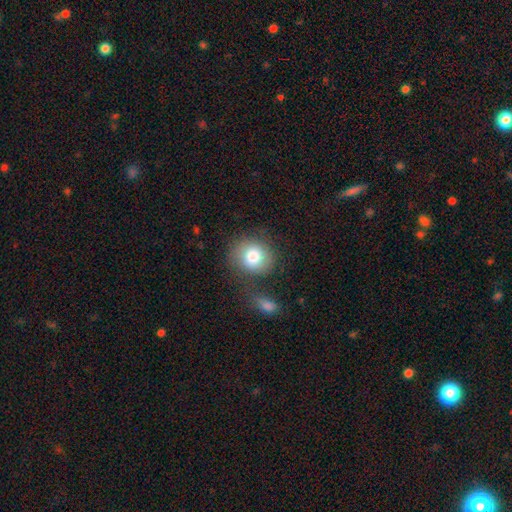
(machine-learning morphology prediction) Q: Smooth or featured?
A: smooth (81%); runner-up: featured or disk (11%)
Q: How rounded?
A: round (77%); runner-up: in between (22%)
Q: Merging?
A: none (67%); runner-up: minor disturbance (16%)